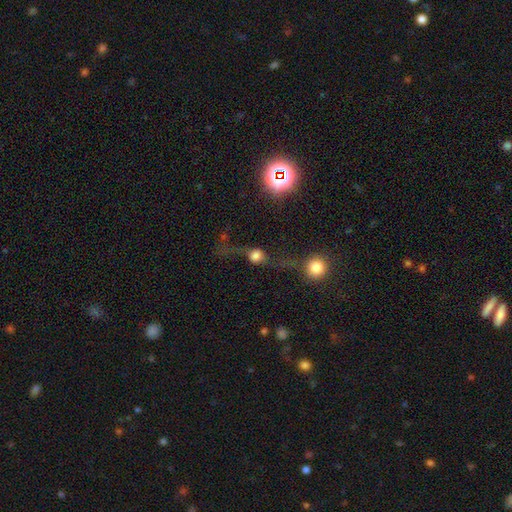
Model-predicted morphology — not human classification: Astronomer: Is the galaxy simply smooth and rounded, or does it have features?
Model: smooth — 44% (runner-up: featured or disk, 40%).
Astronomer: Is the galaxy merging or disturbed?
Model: none — 44% (runner-up: major disturbance, 28%).